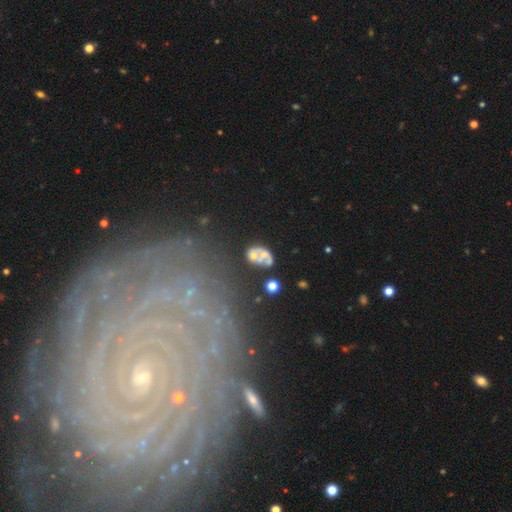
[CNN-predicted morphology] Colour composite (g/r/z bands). It shows a featured or disk galaxy (49%). Merging: merger (41%).